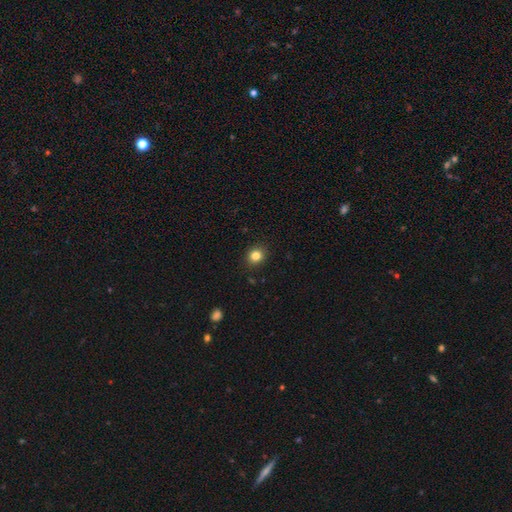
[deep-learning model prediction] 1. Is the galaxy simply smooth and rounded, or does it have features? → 83% smooth, 12% star or artifact, 5% featured or disk.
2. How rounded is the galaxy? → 78% round, 21% in between, 1% cigar-shaped.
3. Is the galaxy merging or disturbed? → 90% none, 7% minor disturbance, 2% major disturbance, 1% merger.